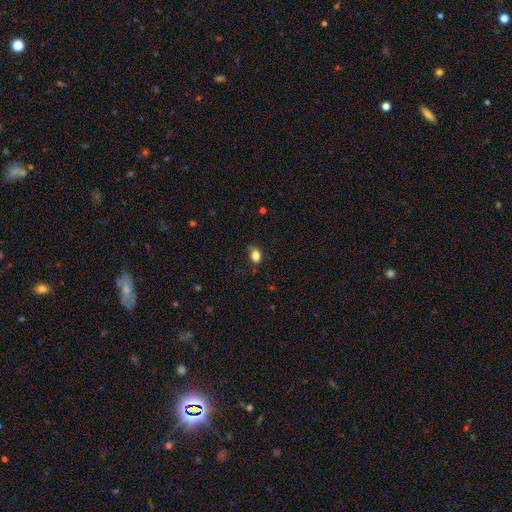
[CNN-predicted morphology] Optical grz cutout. It shows a smooth galaxy with no disk features (84%) that is in between round and cigar-shaped (70%). Merging: none (73%).